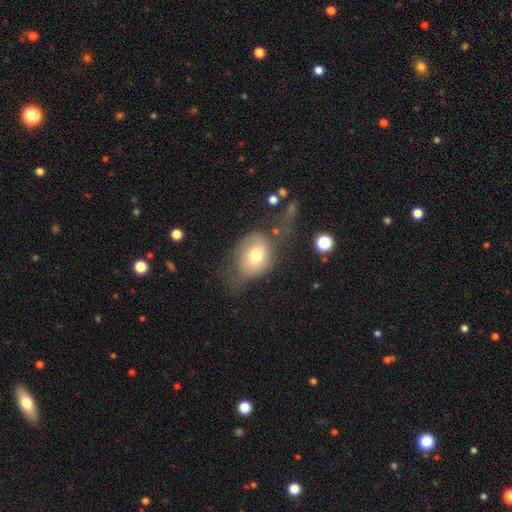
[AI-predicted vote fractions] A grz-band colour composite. It shows a smooth galaxy with no disk features (67%) that is in between round and cigar-shaped (61%). Merging: none (34%).